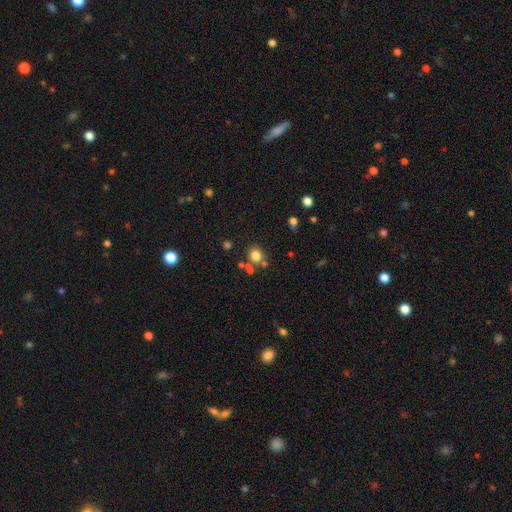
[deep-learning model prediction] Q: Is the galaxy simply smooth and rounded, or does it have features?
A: smooth — 77%.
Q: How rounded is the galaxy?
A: round — 83%.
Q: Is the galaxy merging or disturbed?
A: none — 66%.